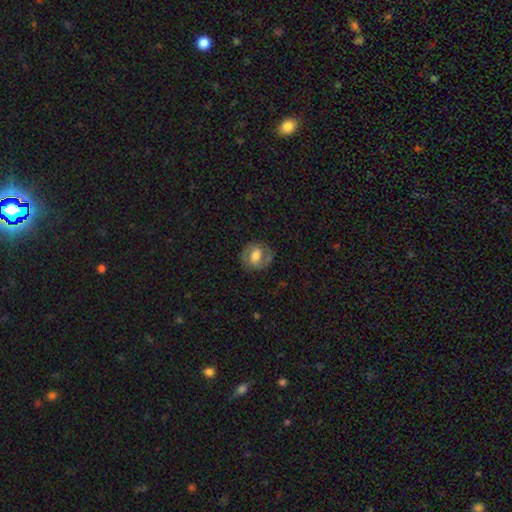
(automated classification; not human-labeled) featured or disk 47%, smooth 46%, star or artifact 8%. Down the decision tree: merging — none (72%).